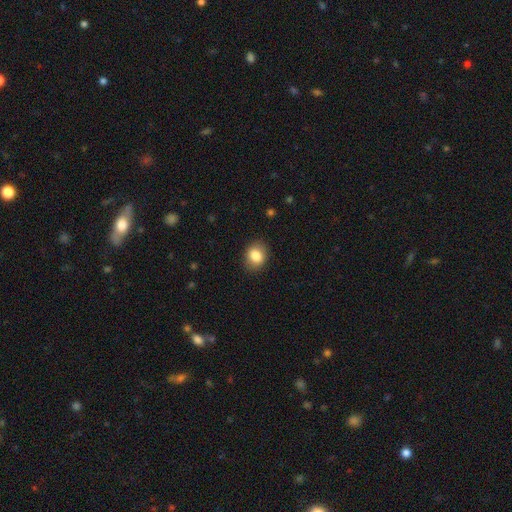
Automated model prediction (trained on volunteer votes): Smooth or featured? smooth (84%)
How rounded? round (51%)
Merging? none (85%)